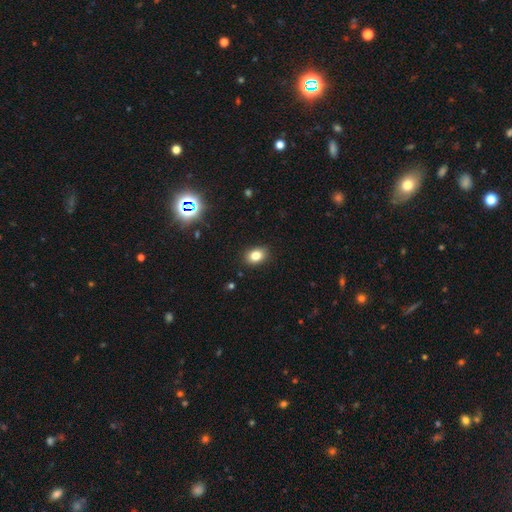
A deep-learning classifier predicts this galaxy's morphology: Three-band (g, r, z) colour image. It shows a smooth galaxy with no disk features (81%) that is in between round and cigar-shaped (72%). Merging: none (88%).